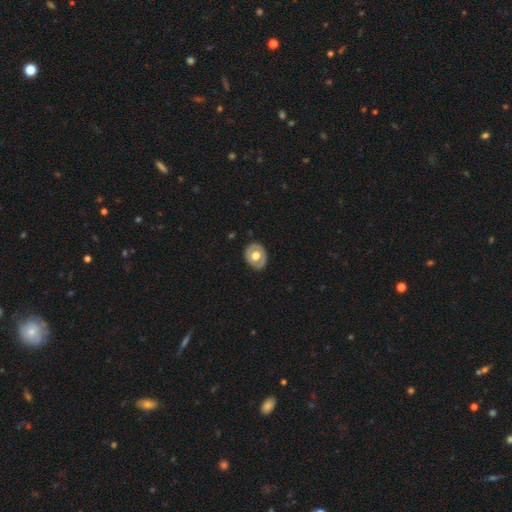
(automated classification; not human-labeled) Morphology: type=featured or disk (48%); merging=none (83%).